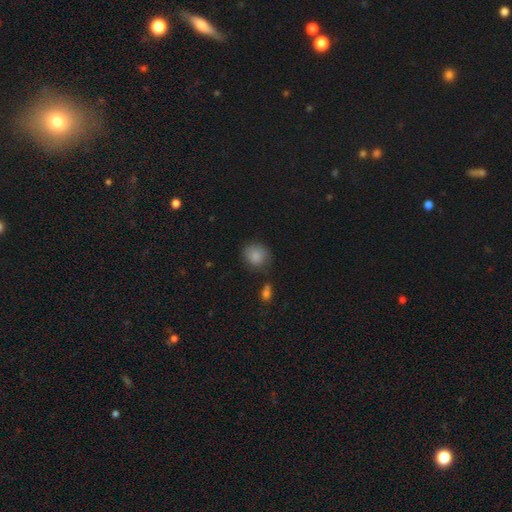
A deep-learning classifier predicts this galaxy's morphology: Smooth or featured?
  - smooth: 85% *
  - star or artifact: 9%
  - featured or disk: 6%
How rounded?
  - round: 75% *
  - in between: 24%
  - cigar-shaped: 1%
Merging?
  - none: 71% *
  - minor disturbance: 19%
  - major disturbance: 5%
  - merger: 5%